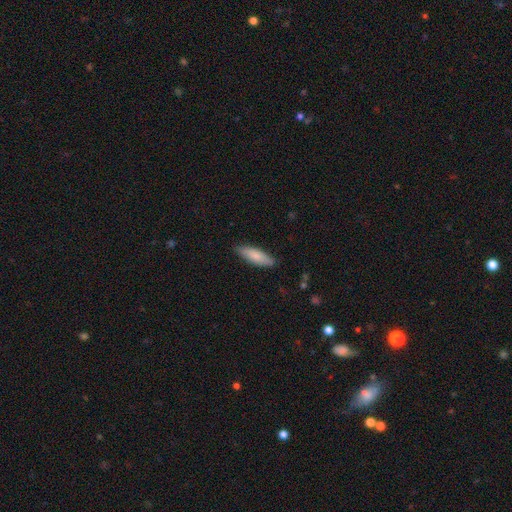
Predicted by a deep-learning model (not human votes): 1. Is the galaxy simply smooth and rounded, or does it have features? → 80% smooth, 15% featured or disk, 5% star or artifact.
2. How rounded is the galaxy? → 51% cigar-shaped, 48% in between, 2% round.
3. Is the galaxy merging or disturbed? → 85% none, 12% minor disturbance, 2% major disturbance, 1% merger.